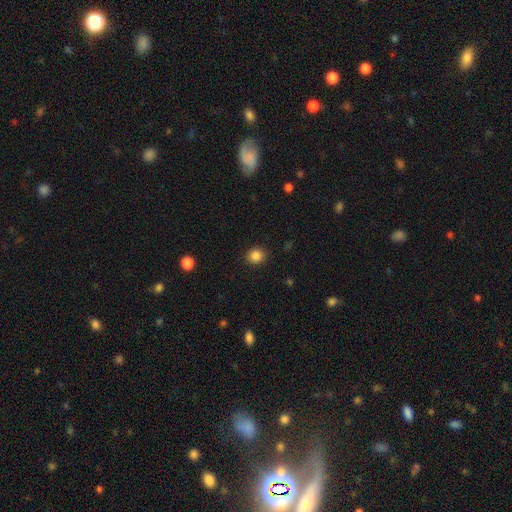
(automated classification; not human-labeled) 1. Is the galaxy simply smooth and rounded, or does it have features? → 86% smooth, 11% star or artifact, 3% featured or disk.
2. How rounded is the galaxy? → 85% round, 14% in between, 1% cigar-shaped.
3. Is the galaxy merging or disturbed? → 90% none, 6% minor disturbance, 2% major disturbance, 1% merger.